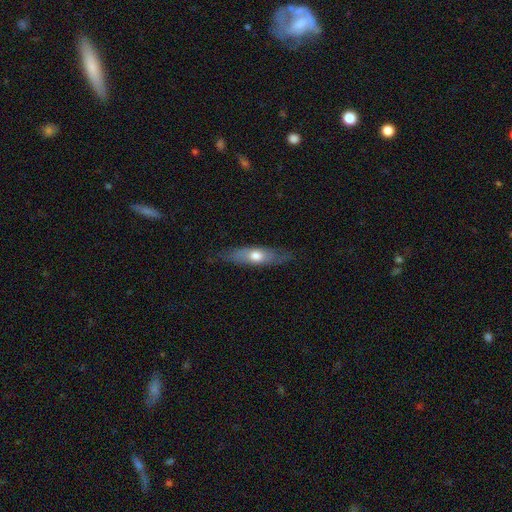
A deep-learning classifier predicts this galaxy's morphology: A smooth galaxy with no disk features (55%) that is cigar-shaped (54%).

Vote fractions:
- Smooth or featured? smooth: 55% / featured or disk: 39% / star or artifact: 6%
- How rounded? cigar-shaped: 54% / in between: 43% / round: 3%
- Merging? none: 77% / minor disturbance: 18% / major disturbance: 5% / merger: 1%